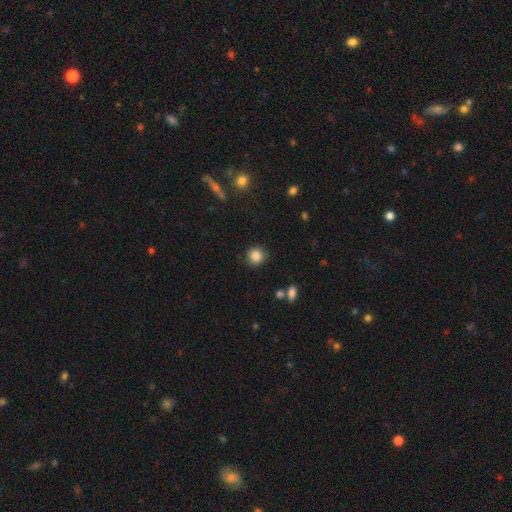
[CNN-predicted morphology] This is clearly a smooth galaxy (86%). How rounded: clearly round (91%). Merging: clearly none (87%).